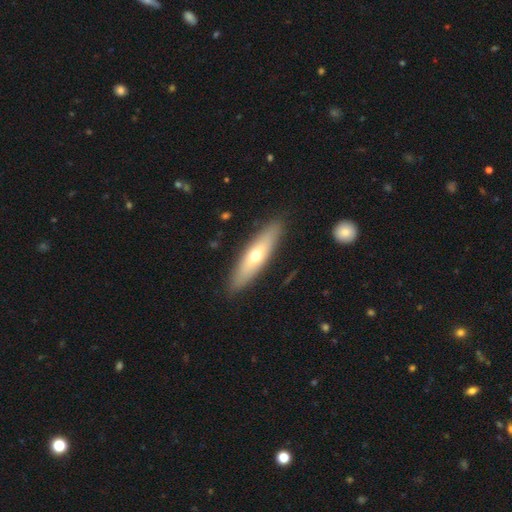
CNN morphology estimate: The model was most divided on "smooth or featured": smooth: 52%, featured or disk: 42%, star or artifact: 6%. More confident: merging — none (89%); how rounded — cigar-shaped (68%).